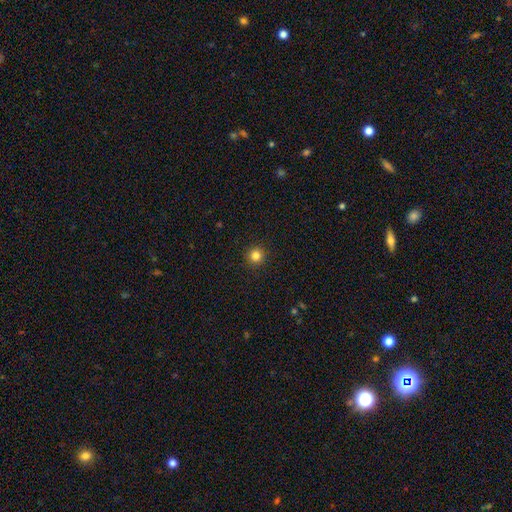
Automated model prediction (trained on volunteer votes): This appears to be a smooth galaxy with no disk features (83%) that is round (95%). Merging: none (93%).